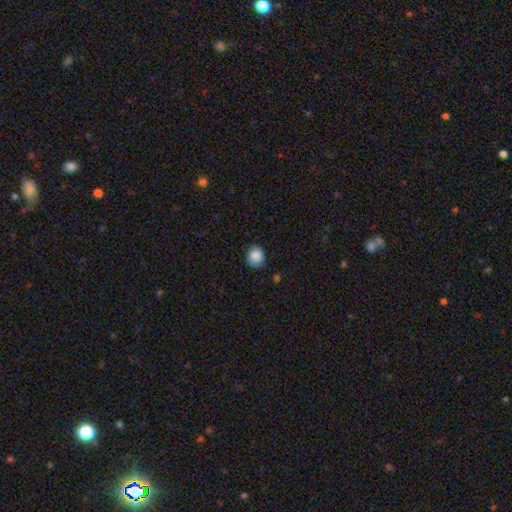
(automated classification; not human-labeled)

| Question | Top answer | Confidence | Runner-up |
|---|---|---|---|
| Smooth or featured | smooth | 86% | star or artifact (8%) |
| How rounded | round | 75% | in between (24%) |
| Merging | none | 79% | minor disturbance (17%) |